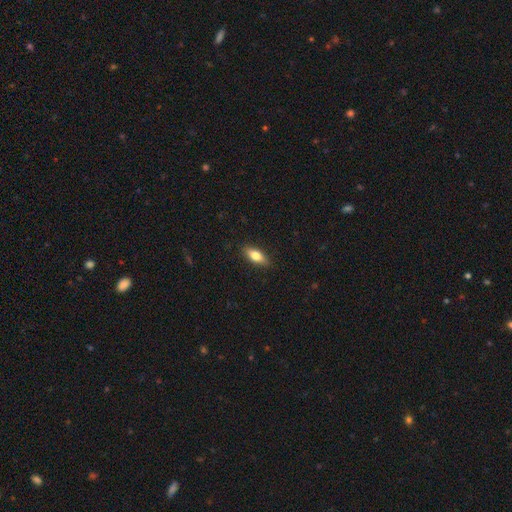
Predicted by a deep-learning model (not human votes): The model was most divided on "smooth or featured": smooth: 77%, featured or disk: 16%, star or artifact: 7%. More confident: merging — none (88%); how rounded — in between (79%).